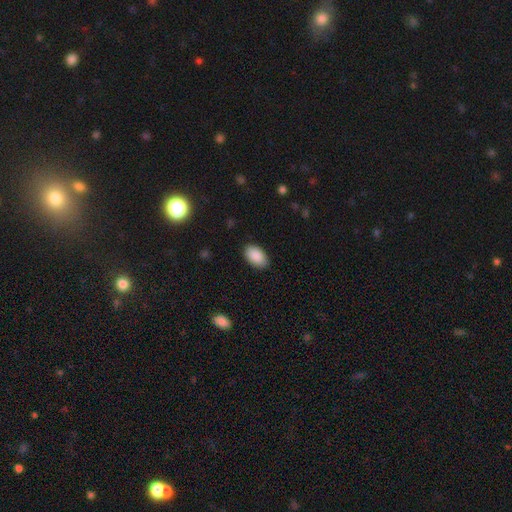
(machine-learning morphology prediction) Overall: smooth (89%). How rounded: in between (94%). Merging: none (86%).